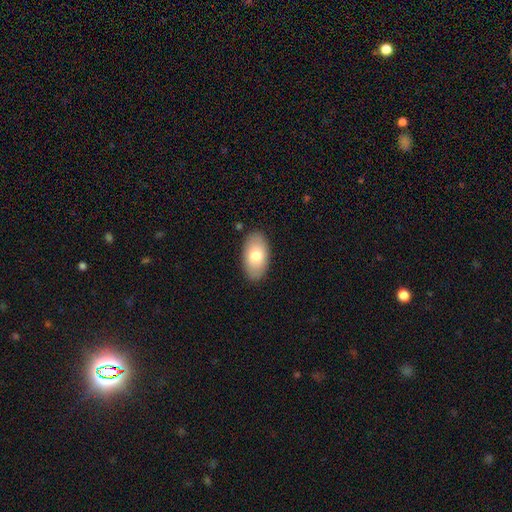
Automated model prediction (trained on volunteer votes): Morphology: type=smooth (75%); roundness=in between (94%); merging=none (87%).